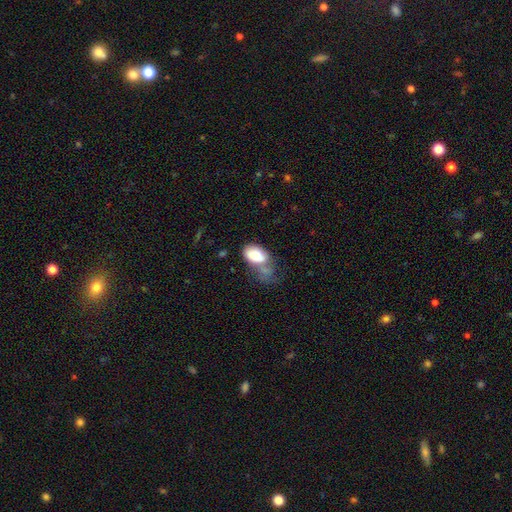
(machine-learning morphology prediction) A smooth galaxy with no disk features (80%) that is in between round and cigar-shaped (93%). Merging: major disturbance (30%).